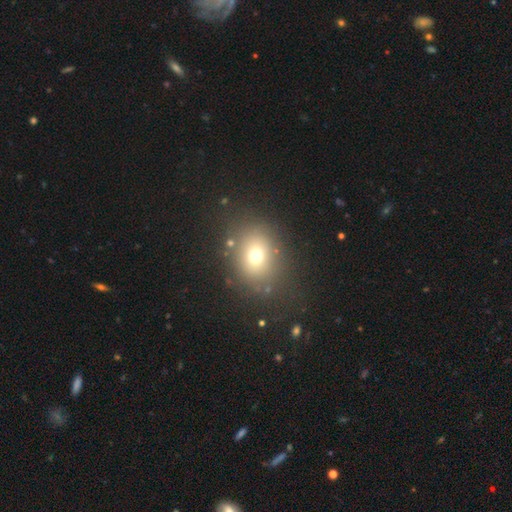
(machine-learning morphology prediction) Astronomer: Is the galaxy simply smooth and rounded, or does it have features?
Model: smooth — 69%.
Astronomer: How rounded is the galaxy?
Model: round — 59% (runner-up: in between, 40%).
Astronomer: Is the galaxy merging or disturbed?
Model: none — 80%.